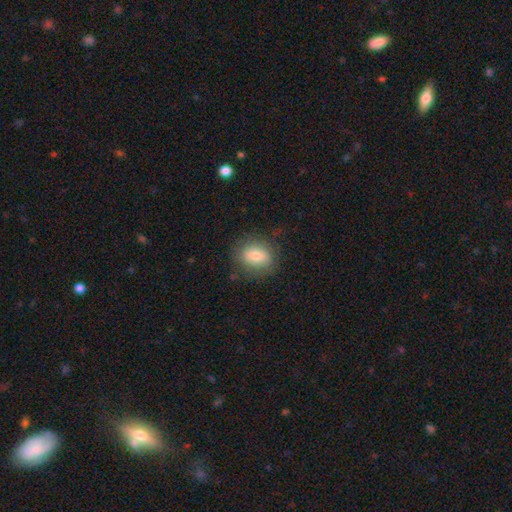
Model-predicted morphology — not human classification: This appears to be a smooth galaxy with no disk features (73%) that is in between round and cigar-shaped (55%). Merging: none (80%).